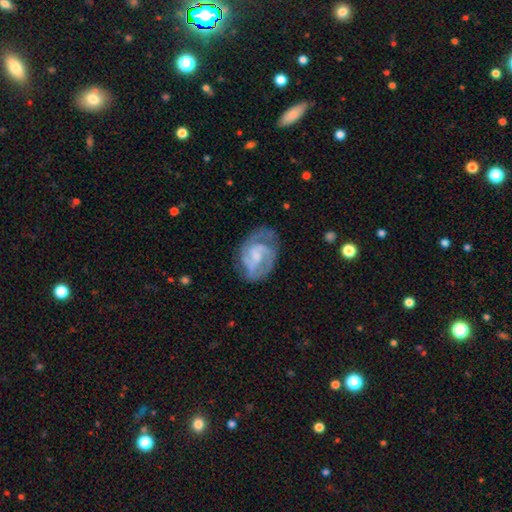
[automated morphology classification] featured or disk 80%, smooth 14%, star or artifact 6%. Down the decision tree: edge-on disk — no (98%); bar — weak (47%); spiral arms — yes (92%); spiral arm count — 2 (57%); spiral winding — medium (47%); bulge size — small (38%); merging — none (61%).